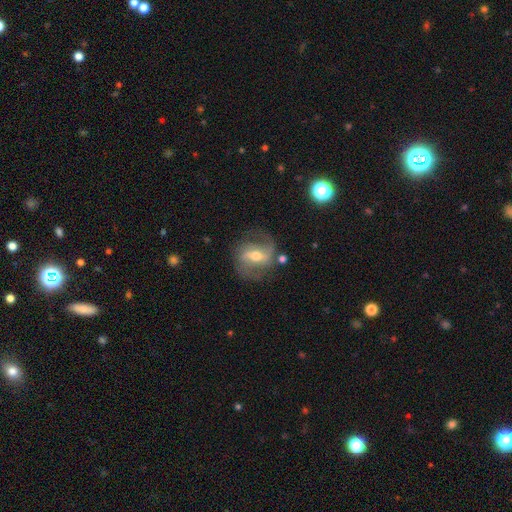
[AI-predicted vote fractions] Q: Smooth or featured?
A: featured or disk (78%); runner-up: smooth (15%)
Q: Edge-on disk?
A: no (95%); runner-up: yes (5%)
Q: Bar?
A: strong (44%); runner-up: weak (41%)
Q: Spiral arms?
A: yes (88%); runner-up: no (12%)
Q: Spiral winding?
A: medium (48%); runner-up: loose (34%)
Q: Spiral arm count?
A: 2 (82%); runner-up: can't tell (8%)
Q: Bulge size?
A: moderate (66%); runner-up: small (26%)
Q: Merging?
A: none (68%); runner-up: minor disturbance (17%)